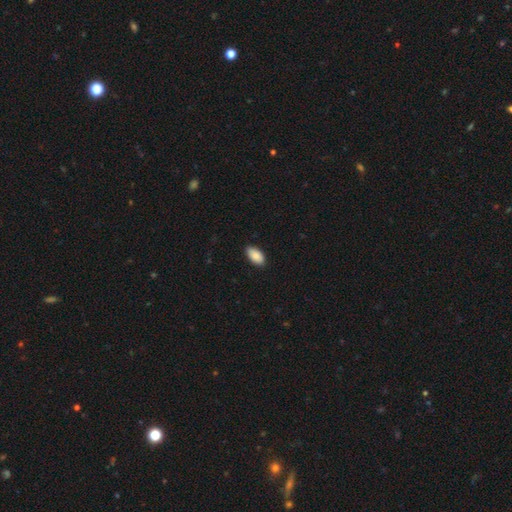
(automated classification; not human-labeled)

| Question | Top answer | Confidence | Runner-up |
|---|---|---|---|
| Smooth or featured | smooth | 89% | star or artifact (6%) |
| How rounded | in between | 95% | cigar-shaped (3%) |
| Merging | none | 87% | minor disturbance (10%) |